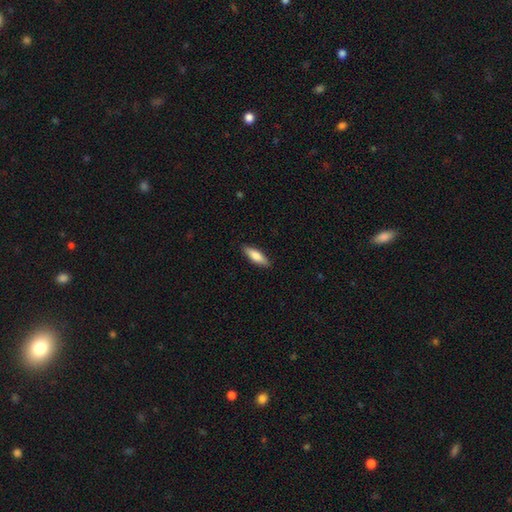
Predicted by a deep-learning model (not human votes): A smooth galaxy with no disk features (79%) that is cigar-shaped (49%, tied with in between).

Vote fractions:
- Smooth or featured? smooth: 79% / featured or disk: 16% / star or artifact: 6%
- How rounded? cigar-shaped: 49% (tied) / in between: 49% (tied) / round: 2%
- Merging? none: 89% / minor disturbance: 9% / major disturbance: 2% / merger: 1%